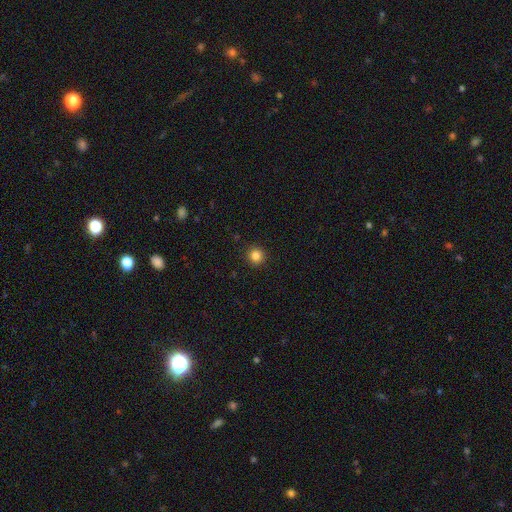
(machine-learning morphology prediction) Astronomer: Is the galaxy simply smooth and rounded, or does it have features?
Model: smooth — 84%.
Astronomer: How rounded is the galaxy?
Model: round — 94%.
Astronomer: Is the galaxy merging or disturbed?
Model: none — 92%.